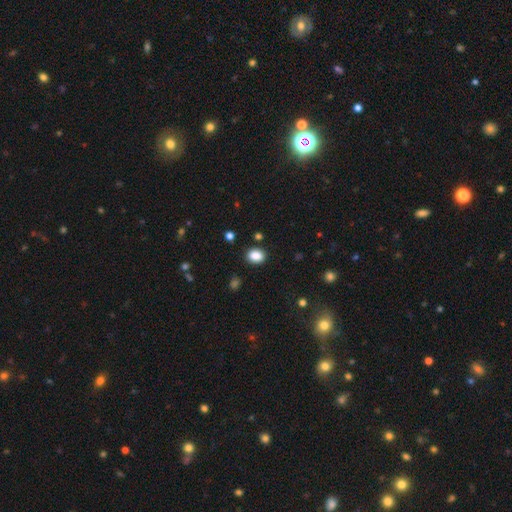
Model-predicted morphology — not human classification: Smooth or featured? smooth (87%)
How rounded? in between (58%)
Merging? none (87%)